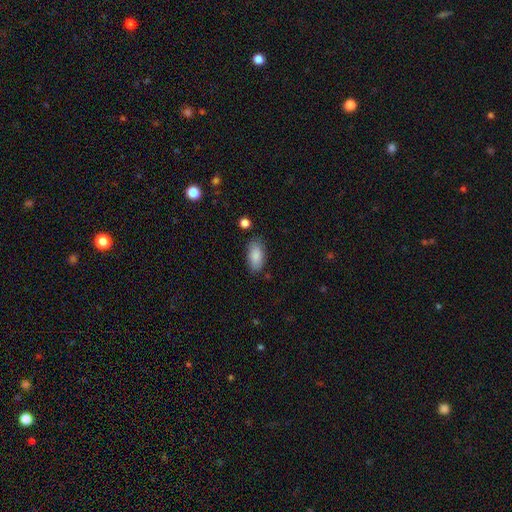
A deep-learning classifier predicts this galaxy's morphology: Q: Smooth or featured?
A: smooth (86%); runner-up: featured or disk (7%)
Q: How rounded?
A: in between (93%); runner-up: cigar-shaped (4%)
Q: Merging?
A: none (80%); runner-up: minor disturbance (14%)